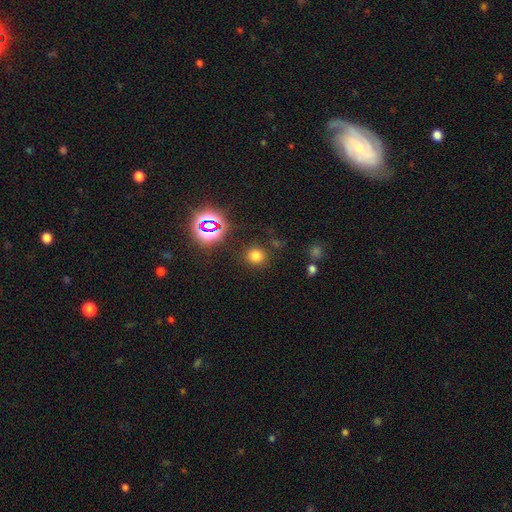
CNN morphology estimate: smooth-or-featured: smooth: 71% | star or artifact: 23% | featured or disk: 6%
  how-rounded: round: 90% | in between: 9% | cigar-shaped: 1%
  merging: none: 85% | minor disturbance: 8% | major disturbance: 4% | merger: 3%